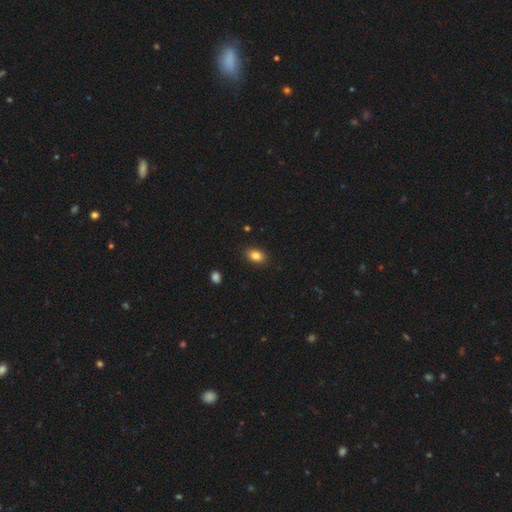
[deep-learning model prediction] Q: Smooth or featured?
A: smooth (84%); runner-up: star or artifact (10%)
Q: How rounded?
A: in between (81%); runner-up: round (18%)
Q: Merging?
A: none (88%); runner-up: minor disturbance (9%)